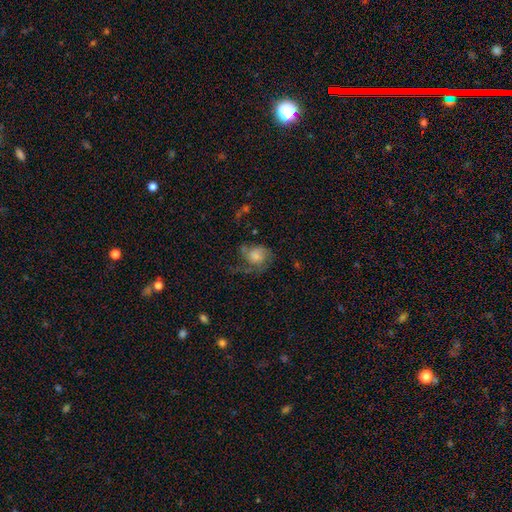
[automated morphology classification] Smooth or featured? featured or disk (48%)
Merging? major disturbance (39%)